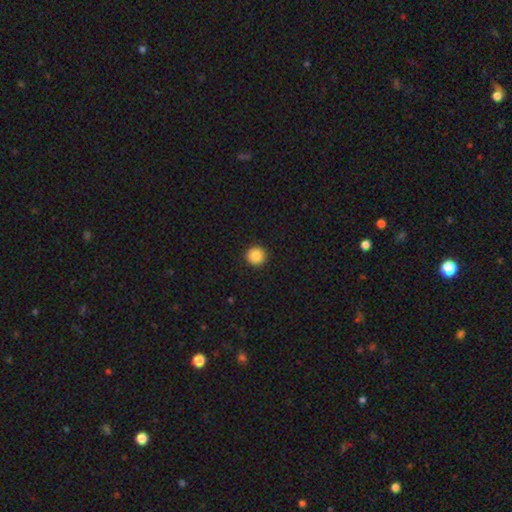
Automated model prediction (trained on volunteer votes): Smooth or featured? Predicted: smooth (p=0.88). How rounded? Predicted: round (p=0.96). Merging? Predicted: none (p=0.93).